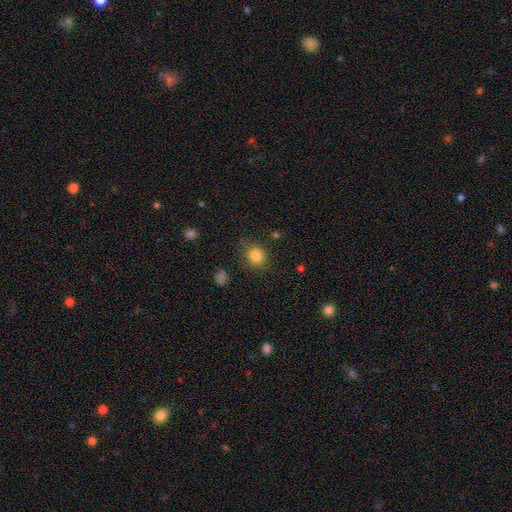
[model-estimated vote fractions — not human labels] Morphology: type=smooth (83%); roundness=round (69%); merging=none (83%).